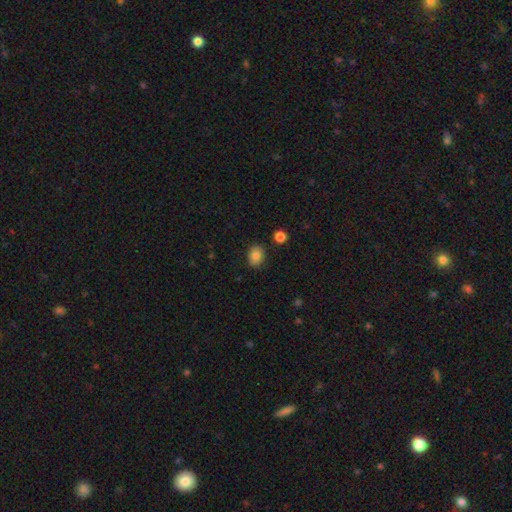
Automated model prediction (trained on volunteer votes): A smooth galaxy with no disk features (84%) that is in between round and cigar-shaped (62%).

Vote fractions:
- Smooth or featured? smooth: 84% / star or artifact: 10% / featured or disk: 6%
- How rounded? in between: 62% / round: 37% / cigar-shaped: 1%
- Merging? none: 84% / minor disturbance: 11% / merger: 3% / major disturbance: 2%